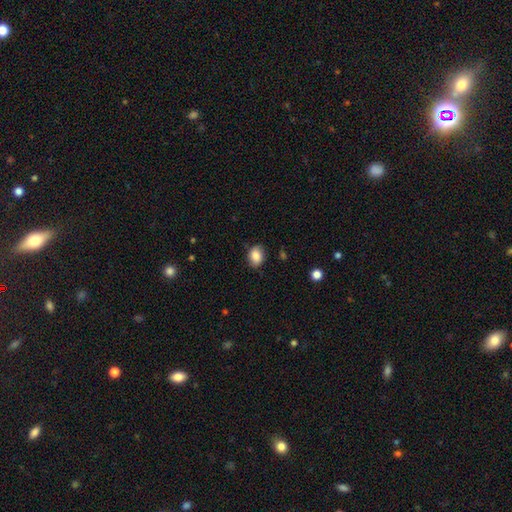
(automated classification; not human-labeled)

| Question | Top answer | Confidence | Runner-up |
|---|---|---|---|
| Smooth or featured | smooth | 84% | star or artifact (8%) |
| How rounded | in between | 57% | round (42%) |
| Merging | none | 78% | minor disturbance (17%) |